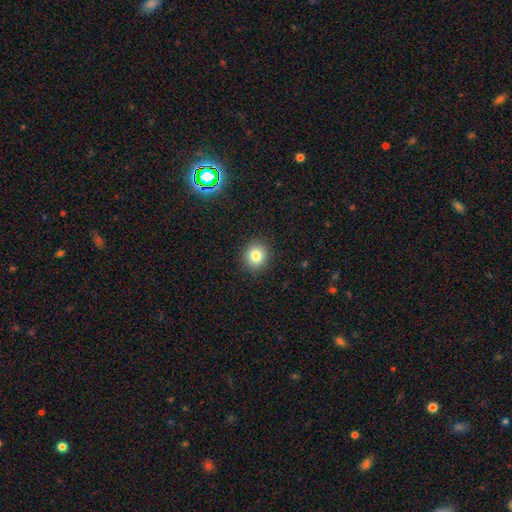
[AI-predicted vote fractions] Overall: smooth (82%). How rounded: round (85%). Merging: none (91%).